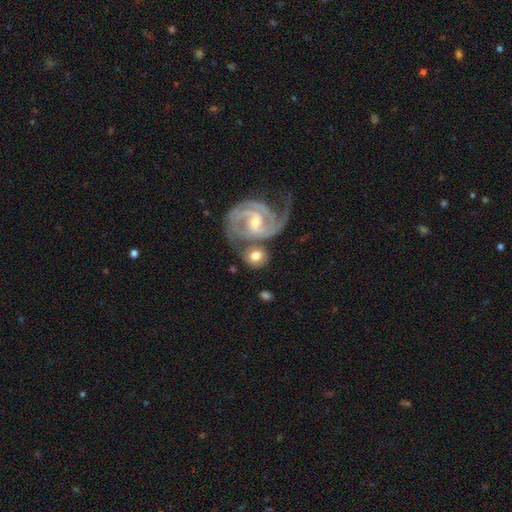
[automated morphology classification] A featured or disk galaxy (48%). Merging: none (52%).